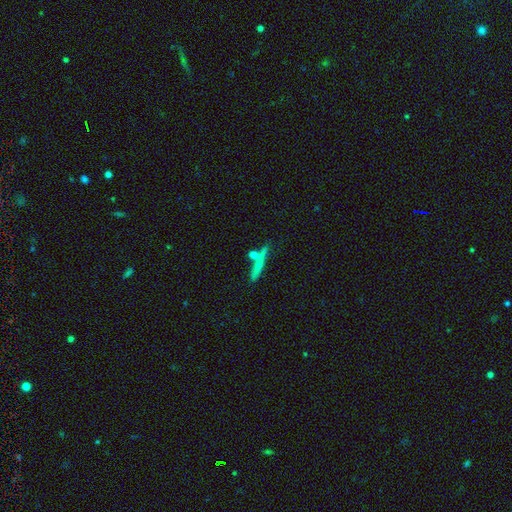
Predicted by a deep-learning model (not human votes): Smooth or featured? Predicted: smooth (p=0.57). How rounded? Predicted: cigar-shaped (p=0.82). Merging? Predicted: none (p=0.61).